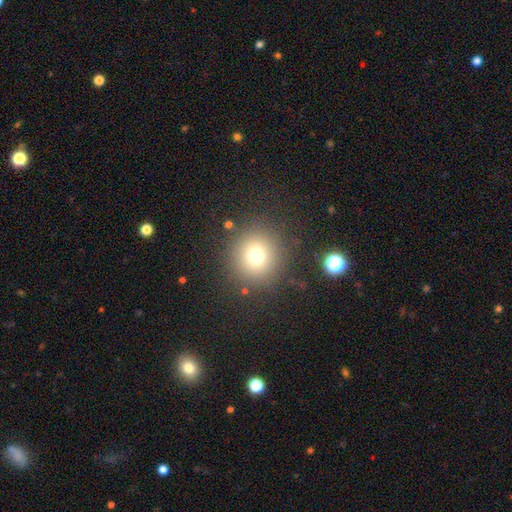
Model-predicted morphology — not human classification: Q: Smooth or featured?
A: smooth (74%); runner-up: star or artifact (17%)
Q: How rounded?
A: round (93%); runner-up: in between (6%)
Q: Merging?
A: none (87%); runner-up: minor disturbance (7%)